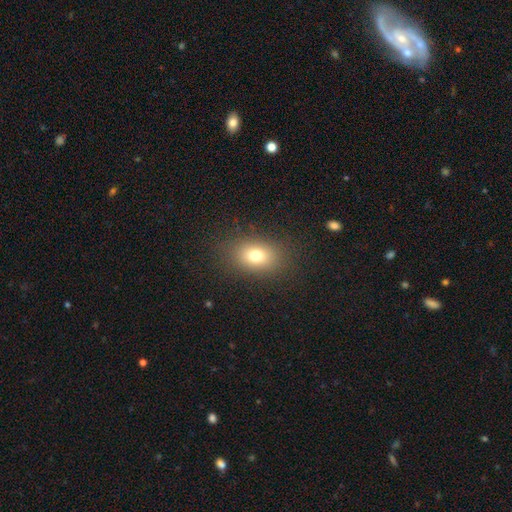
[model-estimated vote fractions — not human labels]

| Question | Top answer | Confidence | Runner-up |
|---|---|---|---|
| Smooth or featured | smooth | 75% | star or artifact (14%) |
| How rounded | in between | 71% | round (28%) |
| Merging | none | 85% | minor disturbance (9%) |